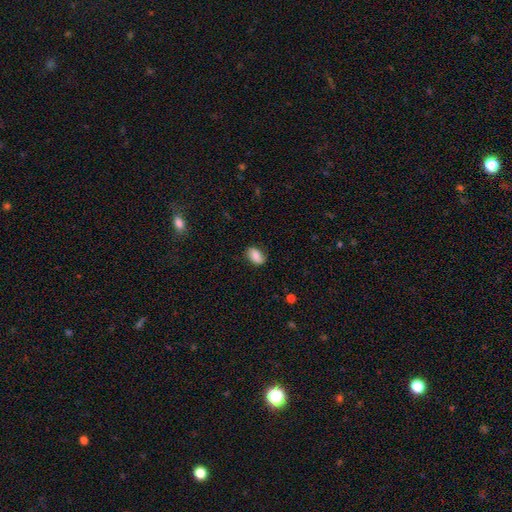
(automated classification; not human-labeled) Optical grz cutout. It shows a smooth galaxy with no disk features (80%) that is in between round and cigar-shaped (89%). Merging: none (80%).